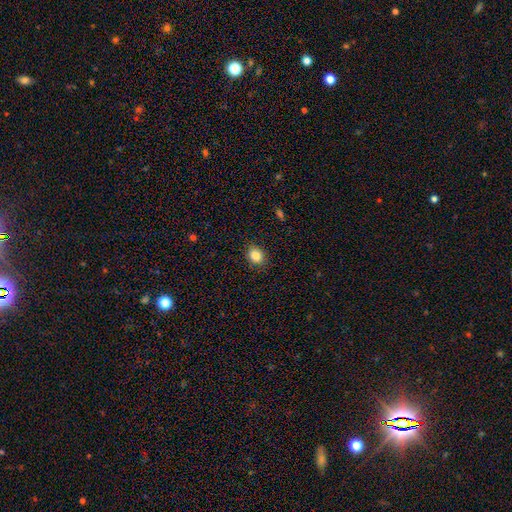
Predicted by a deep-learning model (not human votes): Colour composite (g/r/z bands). It shows a smooth galaxy with no disk features (86%) that is in between round and cigar-shaped (51%). Merging: none (87%).